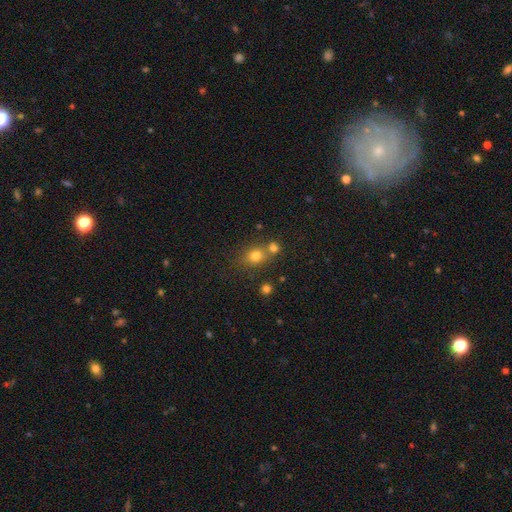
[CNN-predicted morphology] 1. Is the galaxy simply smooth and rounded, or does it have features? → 77% smooth, 15% star or artifact, 9% featured or disk.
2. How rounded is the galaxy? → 70% round, 29% in between, 1% cigar-shaped.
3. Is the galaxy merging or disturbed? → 56% none, 31% merger, 10% minor disturbance, 4% major disturbance.